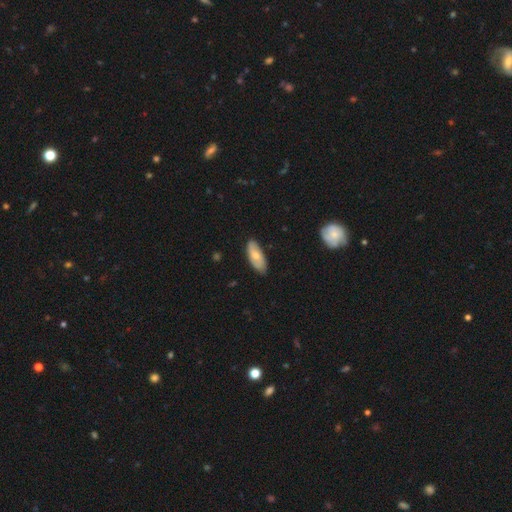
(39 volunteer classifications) Volunteers were most divided on "smooth or featured": smooth: 62%, featured or disk: 28%, star or artifact: 10%. More confident: how rounded — in between (88%); merging — none (77%).